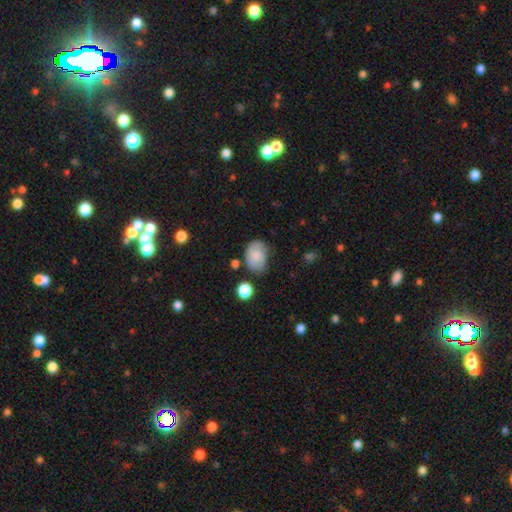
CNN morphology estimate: This is likely a smooth galaxy (75%). How rounded: likely in between (74%). Merging: possibly none (56%).